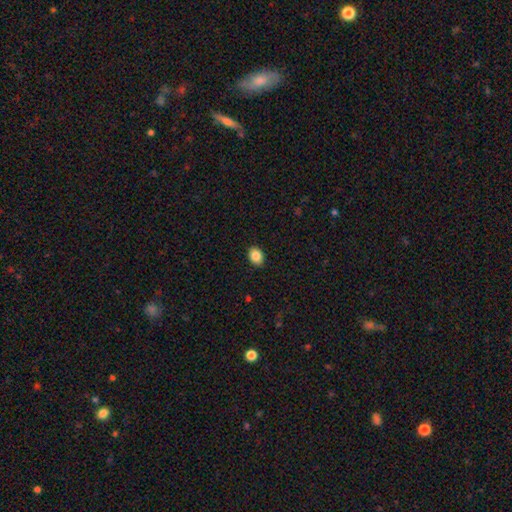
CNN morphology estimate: Smooth or featured? smooth (87%)
How rounded? in between (65%)
Merging? none (90%)